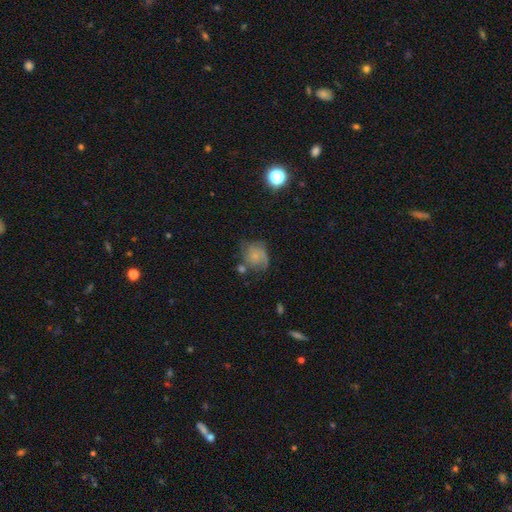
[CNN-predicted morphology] smooth-or-featured: featured or disk: 56% | smooth: 35% | star or artifact: 9%
  disk-edge-on: no: 98% | yes: 2%
    bar: no: 79% | weak: 18% | strong: 3%
    has-spiral-arms: yes: 85% | no: 15%
    bulge-size: small: 68% | moderate: 19% | none: 10% | large: 2% | dominant: 1%
  merging: none: 50% | minor disturbance: 26% | major disturbance: 14% | merger: 10%